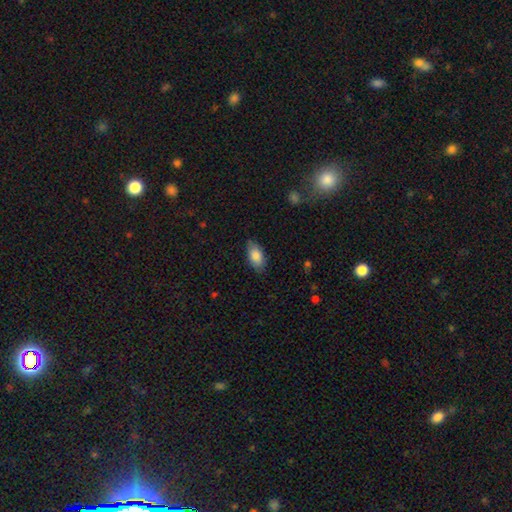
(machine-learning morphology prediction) This is clearly a smooth galaxy (84%). How rounded: clearly in between (92%). Merging: clearly none (82%).